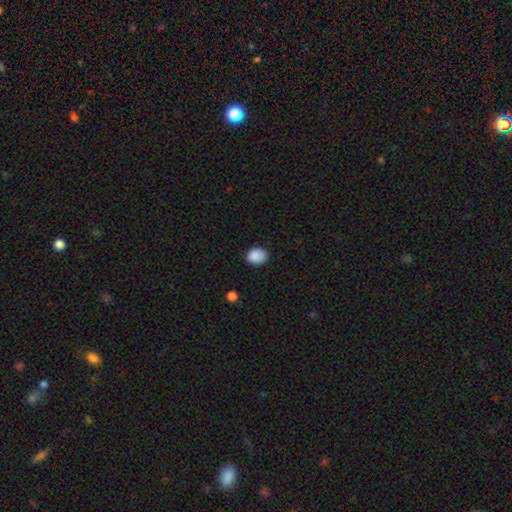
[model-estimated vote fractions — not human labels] Overall: smooth (88%). How rounded: in between (54%; round 45%). Merging: none (81%).